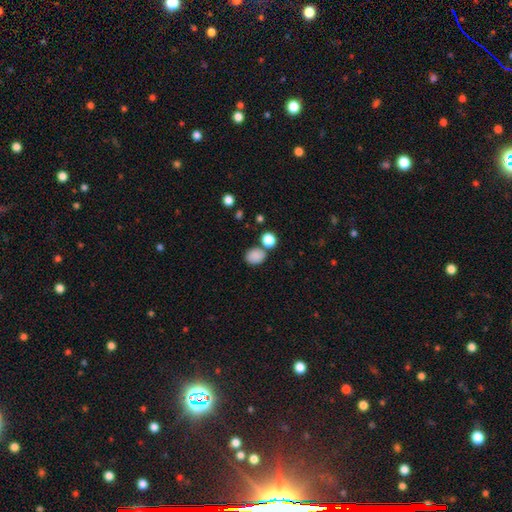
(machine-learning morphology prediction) This appears to be a smooth galaxy with no disk features (86%) that is in between round and cigar-shaped (58%). Merging: none (70%).